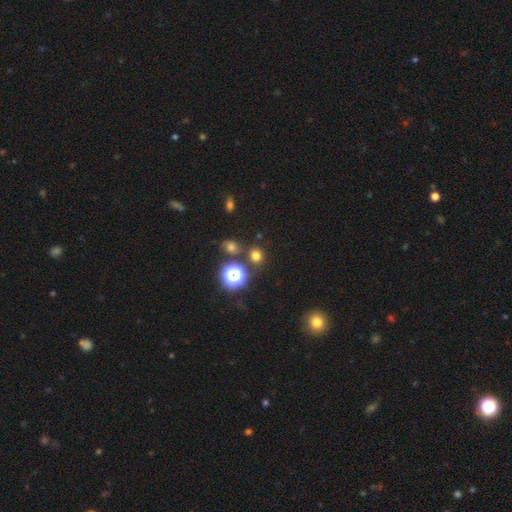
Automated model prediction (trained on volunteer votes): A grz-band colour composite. It shows a smooth galaxy with no disk features (70%) that is round (85%). Merging: none (81%).